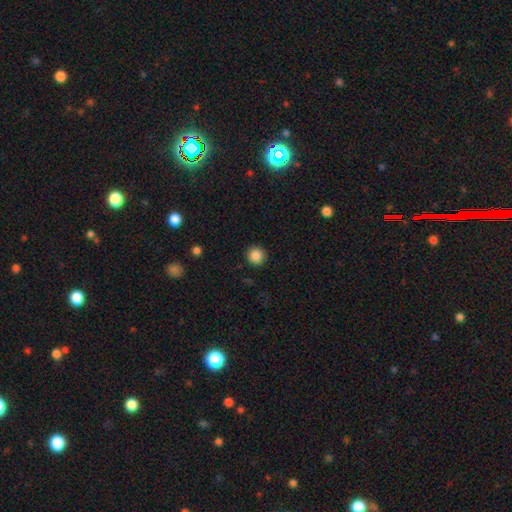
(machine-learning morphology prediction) This appears to be a smooth galaxy with no disk features (86%) that is round (94%). Merging: none (91%).